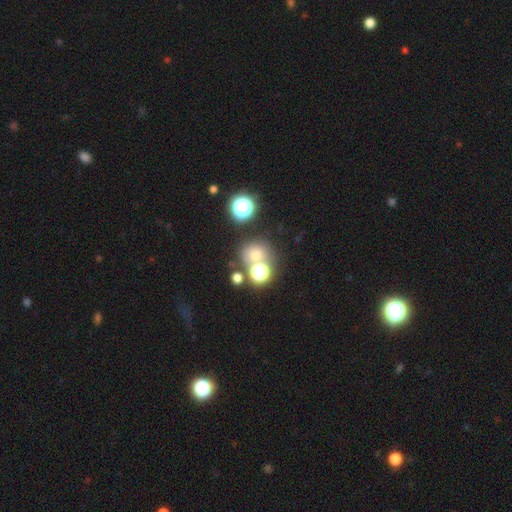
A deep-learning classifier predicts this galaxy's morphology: type=smooth (61%); roundness=round (84%); merging=none (61%).